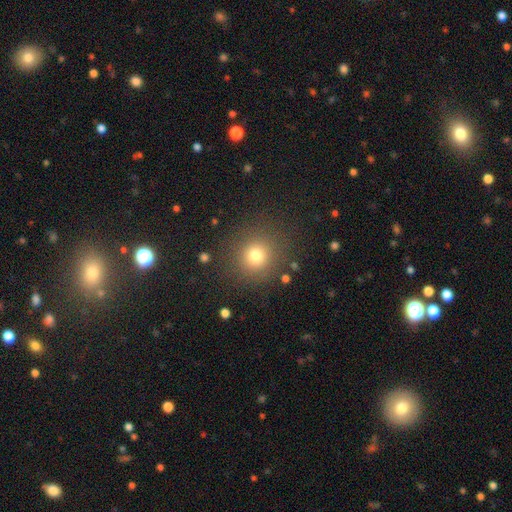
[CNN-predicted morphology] Smooth or featured? Predicted: smooth (p=0.75). How rounded? Predicted: round (p=0.89). Merging? Predicted: none (p=0.85).